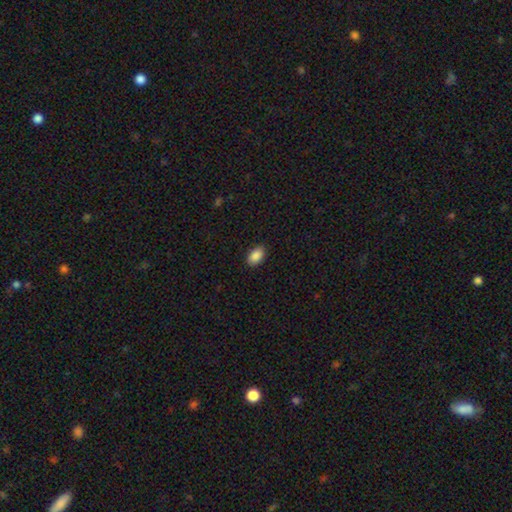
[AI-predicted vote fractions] Smooth or featured: smooth — 89% (star or artifact — 7%)
How rounded: in between — 91% (round — 7%)
Merging: none — 88% (minor disturbance — 9%)